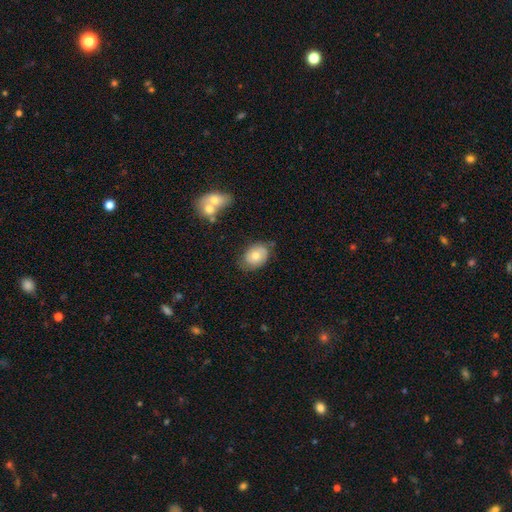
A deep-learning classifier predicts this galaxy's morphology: Smooth or featured?
  - smooth: 71% *
  - featured or disk: 21%
  - star or artifact: 8%
How rounded?
  - in between: 72% *
  - round: 27%
  - cigar-shaped: 1%
Merging?
  - none: 70% *
  - minor disturbance: 22%
  - major disturbance: 5%
  - merger: 4%